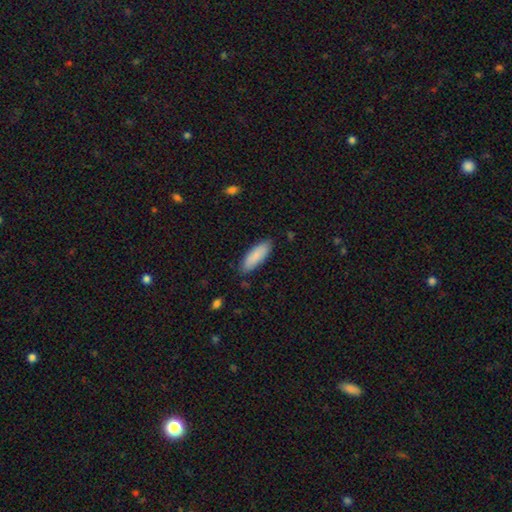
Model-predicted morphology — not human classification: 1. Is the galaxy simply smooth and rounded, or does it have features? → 88% smooth, 6% featured or disk, 6% star or artifact.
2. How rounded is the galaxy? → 57% in between, 41% cigar-shaped, 1% round.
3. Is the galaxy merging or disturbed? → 85% none, 11% minor disturbance, 2% major disturbance, 1% merger.